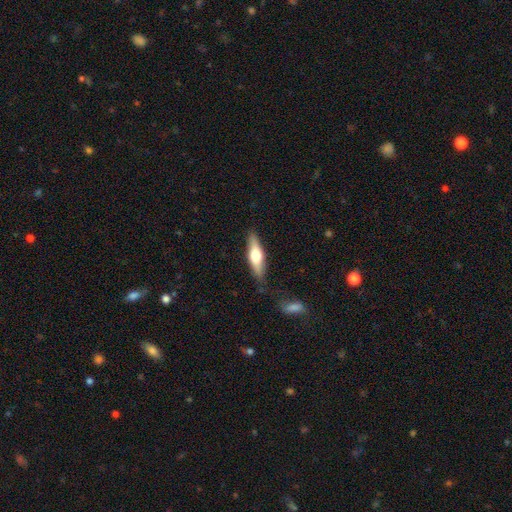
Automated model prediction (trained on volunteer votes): Q: Smooth or featured?
A: smooth (49%); runner-up: featured or disk (46%)
Q: Merging?
A: none (81%); runner-up: minor disturbance (13%)